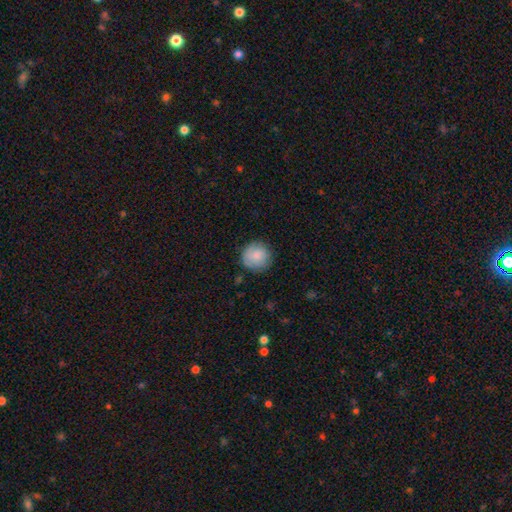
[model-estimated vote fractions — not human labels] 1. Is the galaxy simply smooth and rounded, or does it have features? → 82% smooth, 12% featured or disk, 7% star or artifact.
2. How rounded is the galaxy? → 94% round, 5% in between, 1% cigar-shaped.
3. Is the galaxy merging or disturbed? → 82% none, 13% minor disturbance, 3% major disturbance, 1% merger.